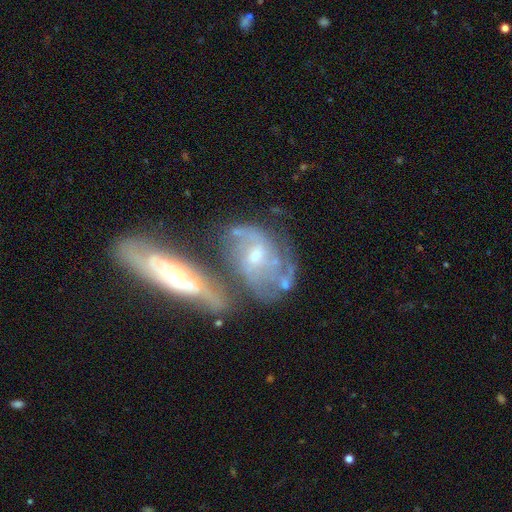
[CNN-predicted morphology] Q: Smooth or featured?
A: featured or disk (80%); runner-up: smooth (13%)
Q: Edge-on disk?
A: no (92%); runner-up: yes (8%)
Q: Bar?
A: no (49%); runner-up: weak (41%)
Q: Spiral arms?
A: yes (86%); runner-up: no (14%)
Q: Spiral winding?
A: medium (44%); runner-up: tight (35%)
Q: Spiral arm count?
A: can't tell (39%); runner-up: 2 (36%)
Q: Bulge size?
A: moderate (49%); runner-up: small (43%)
Q: Merging?
A: merger (45%); runner-up: none (32%)